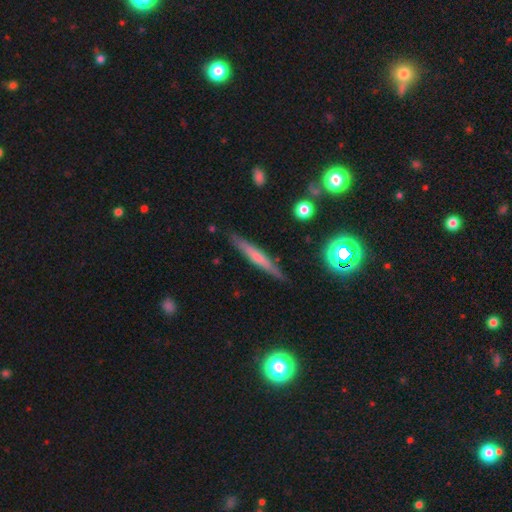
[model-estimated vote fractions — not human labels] featured or disk 48%, smooth 43%, star or artifact 9%. Down the decision tree: merging — none (86%).